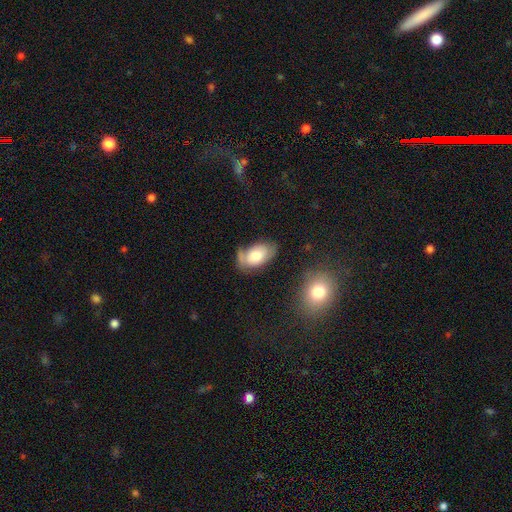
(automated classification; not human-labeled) A smooth galaxy with no disk features (68%) that is in between round and cigar-shaped (92%).

Vote fractions:
- Smooth or featured? smooth: 68% / featured or disk: 24% / star or artifact: 8%
- How rounded? in between: 92% / round: 6% / cigar-shaped: 2%
- Merging? none: 44% / minor disturbance: 29% / major disturbance: 14% / merger: 13%